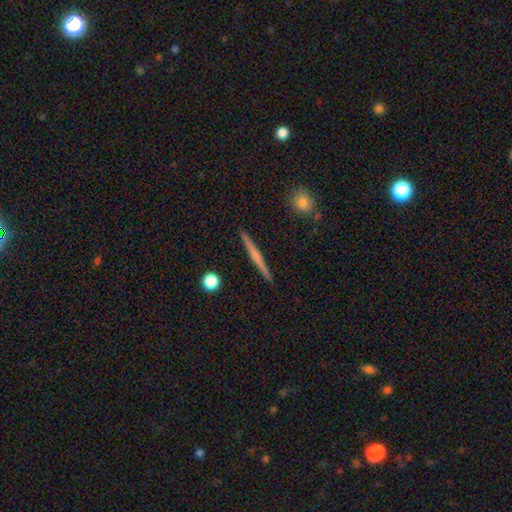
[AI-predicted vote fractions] Smooth or featured? Predicted: featured or disk (p=0.54). Edge-on disk? Predicted: yes (p=0.98). Edge-on bulge? Predicted: none (p=0.66). Merging? Predicted: none (p=0.92).